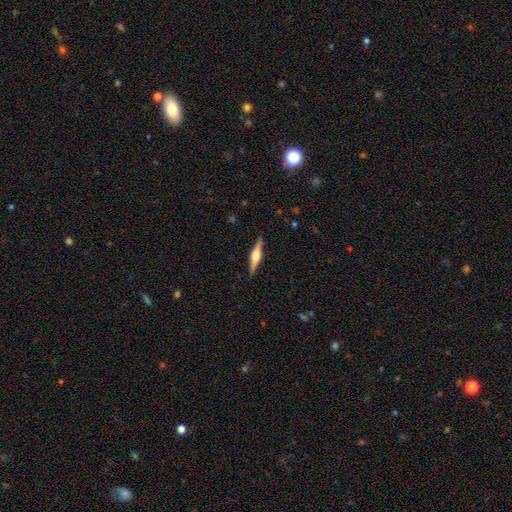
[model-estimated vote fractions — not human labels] featured or disk 72%, smooth 22%, star or artifact 6%. Down the decision tree: edge-on disk — yes (98%); edge-on bulge — rounded (84%); merging — none (90%).